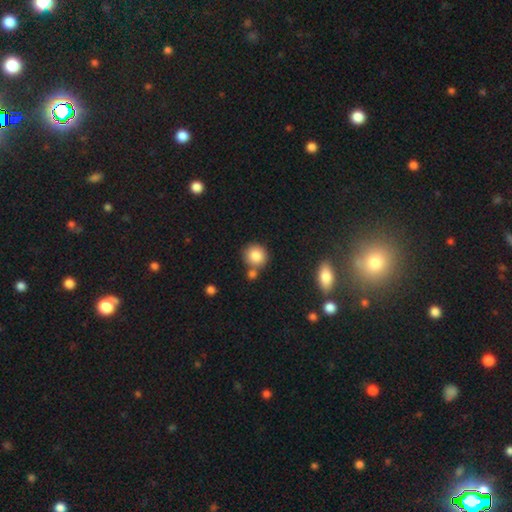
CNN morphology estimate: smooth-or-featured: smooth: 84% | star or artifact: 9% | featured or disk: 7%
  how-rounded: round: 88% | in between: 11% | cigar-shaped: 1%
  merging: none: 66% | merger: 20% | minor disturbance: 11% | major disturbance: 3%